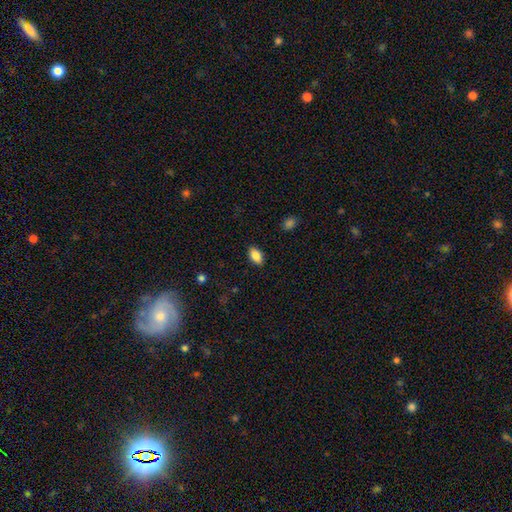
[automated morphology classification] Overall: smooth (86%). How rounded: in between (91%). Merging: none (87%).